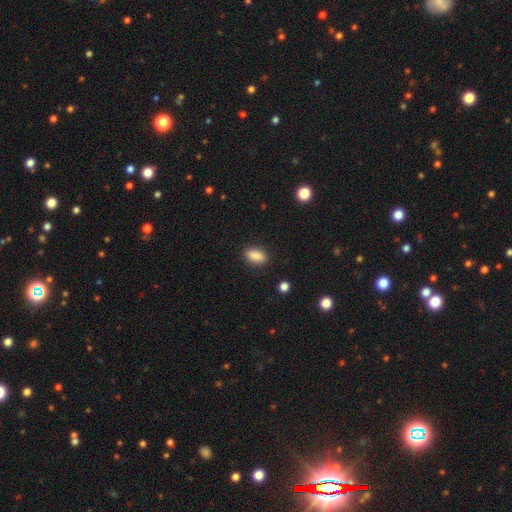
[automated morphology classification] This appears to be a smooth galaxy with no disk features (88%) that is in between round and cigar-shaped (88%). Merging: none (89%).